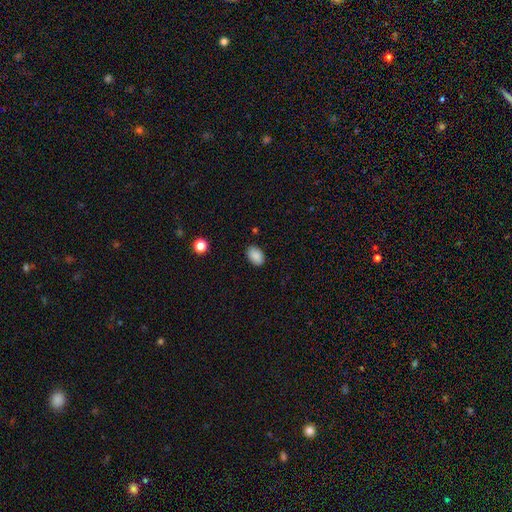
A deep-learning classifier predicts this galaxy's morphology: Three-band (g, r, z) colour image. It shows a smooth galaxy with no disk features (88%) that is in between round and cigar-shaped (86%). Merging: none (85%).